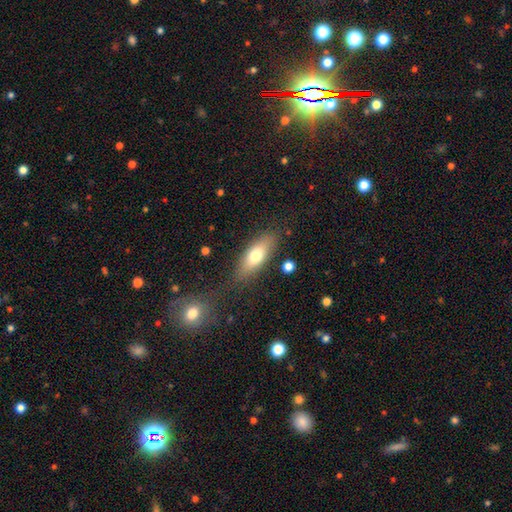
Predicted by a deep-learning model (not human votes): This appears to be a smooth galaxy with no disk features (70%) that is in between round and cigar-shaped (66%). Merging: none (79%).